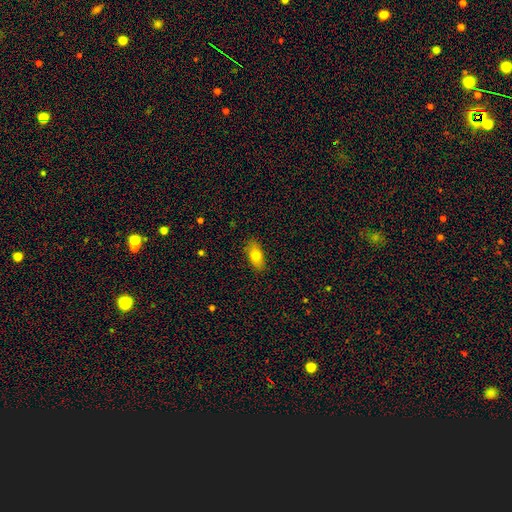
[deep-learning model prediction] Morphology: type=smooth (76%); roundness=in between (86%); merging=none (86%).